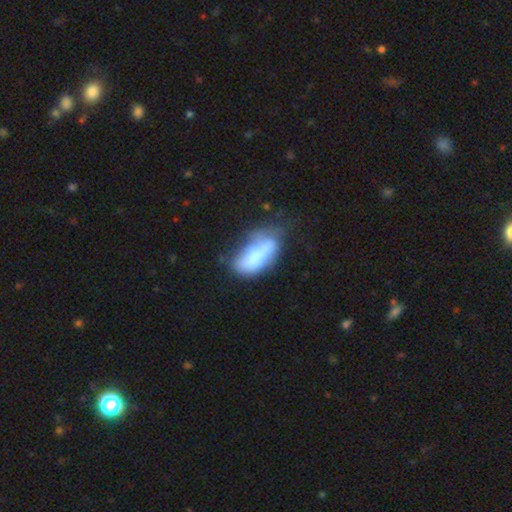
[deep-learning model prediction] A smooth galaxy with no disk features (65%) that is in between round and cigar-shaped (84%).

Vote fractions:
- Smooth or featured? smooth: 65% / featured or disk: 27% / star or artifact: 8%
- How rounded? in between: 84% / cigar-shaped: 13% / round: 3%
- Merging? none: 32% / minor disturbance: 31% / major disturbance: 23% / merger: 14%